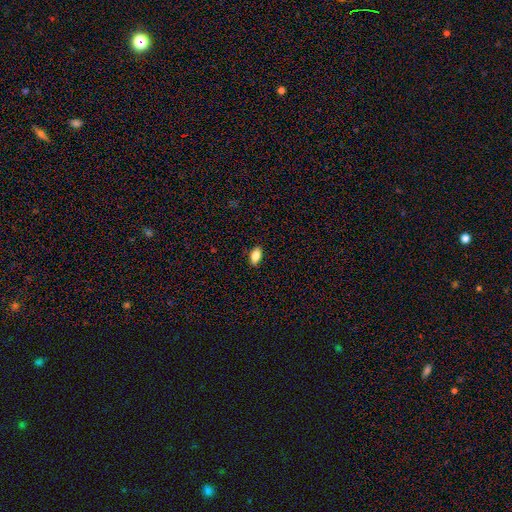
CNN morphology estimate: Q: Smooth or featured?
A: smooth (84%); runner-up: featured or disk (8%)
Q: How rounded?
A: in between (89%); runner-up: cigar-shaped (7%)
Q: Merging?
A: none (88%); runner-up: minor disturbance (9%)